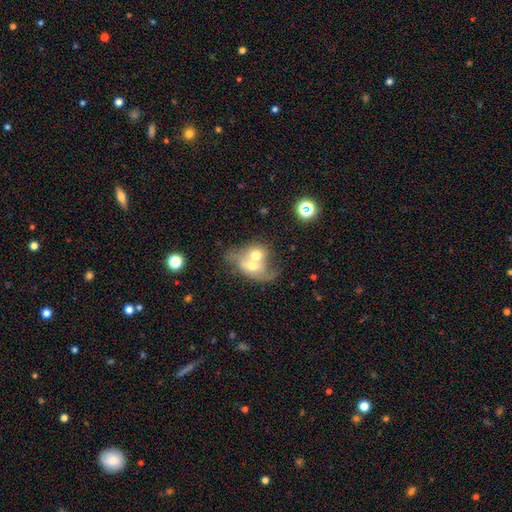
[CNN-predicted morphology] A smooth galaxy with no disk features (50%) that is in between round and cigar-shaped (54%).

Vote fractions:
- Smooth or featured? smooth: 50% / featured or disk: 41% / star or artifact: 9%
- How rounded? in between: 54% / round: 44% / cigar-shaped: 2%
- Merging? merger: 78% / none: 10% / major disturbance: 7% / minor disturbance: 5%